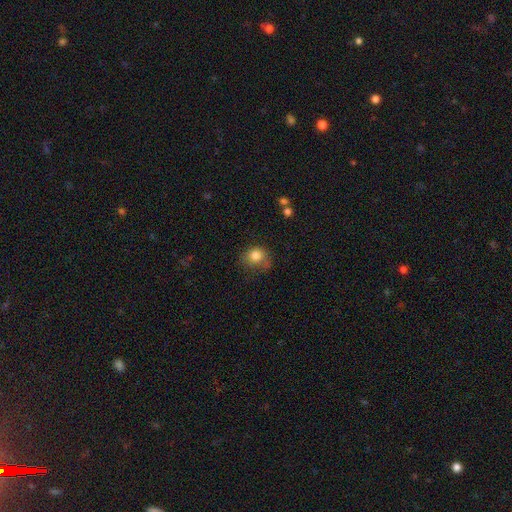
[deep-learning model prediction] Smooth or featured? smooth (82%)
How rounded? round (73%)
Merging? none (55%)